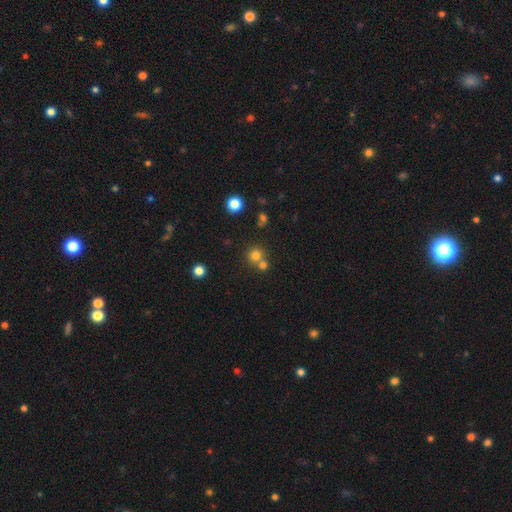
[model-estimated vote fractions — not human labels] Smooth or featured?
  - smooth: 74% *
  - star or artifact: 17%
  - featured or disk: 9%
How rounded?
  - round: 90% *
  - in between: 9%
  - cigar-shaped: 1%
Merging?
  - none: 56% *
  - merger: 36%
  - minor disturbance: 6%
  - major disturbance: 2%